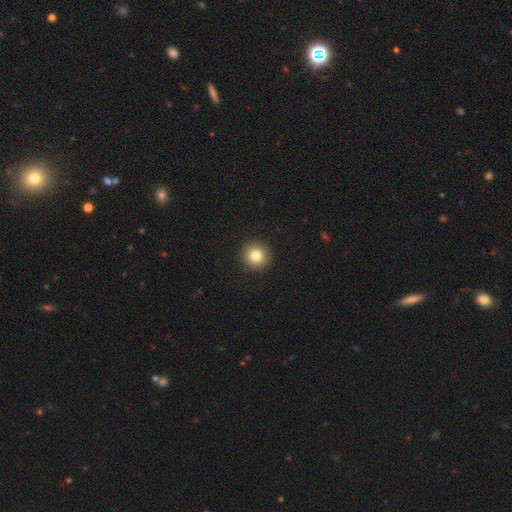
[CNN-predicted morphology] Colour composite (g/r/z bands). It shows a smooth galaxy with no disk features (81%) that is round (94%). Merging: none (93%).